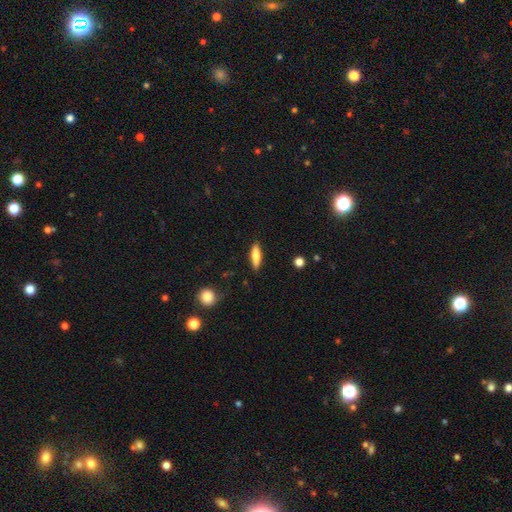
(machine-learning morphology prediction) The model was most divided on "how rounded": cigar-shaped: 67%, in between: 31%, round: 2%. More confident: merging — none (86%); smooth or featured — smooth (74%).